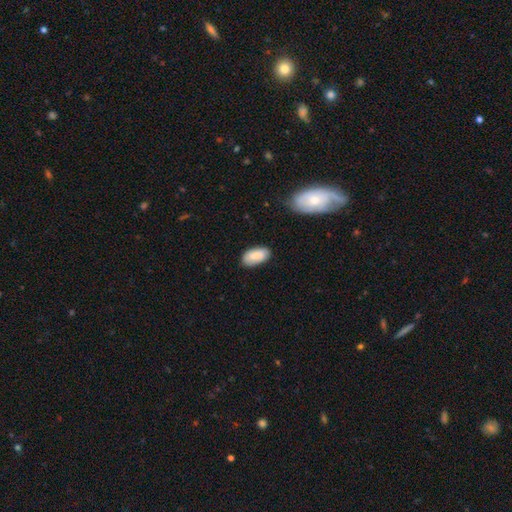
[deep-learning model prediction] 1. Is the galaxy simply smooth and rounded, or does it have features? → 82% smooth, 12% featured or disk, 6% star or artifact.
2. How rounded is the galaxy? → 94% in between, 3% round, 3% cigar-shaped.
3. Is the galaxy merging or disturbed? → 80% none, 16% minor disturbance, 3% major disturbance, 2% merger.